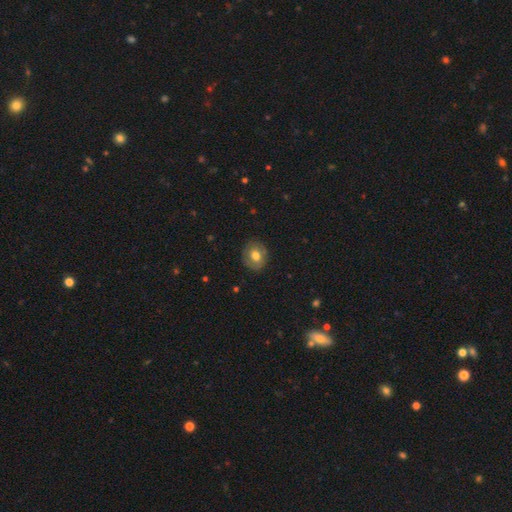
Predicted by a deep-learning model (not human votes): Overall: smooth (68%). How rounded: round (71%). Merging: none (85%).